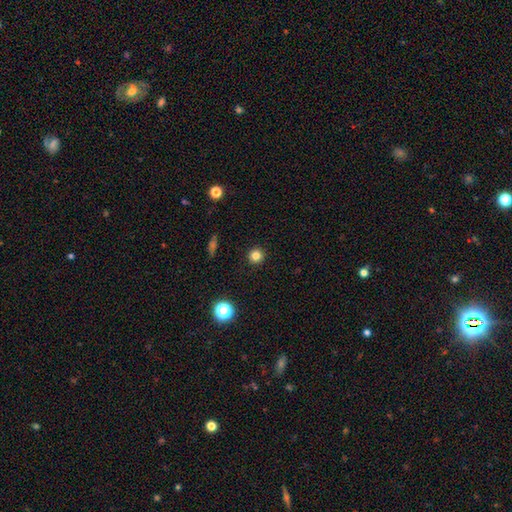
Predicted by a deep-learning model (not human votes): Smooth or featured? Predicted: smooth (p=0.81). How rounded? Predicted: round (p=0.94). Merging? Predicted: none (p=0.92).